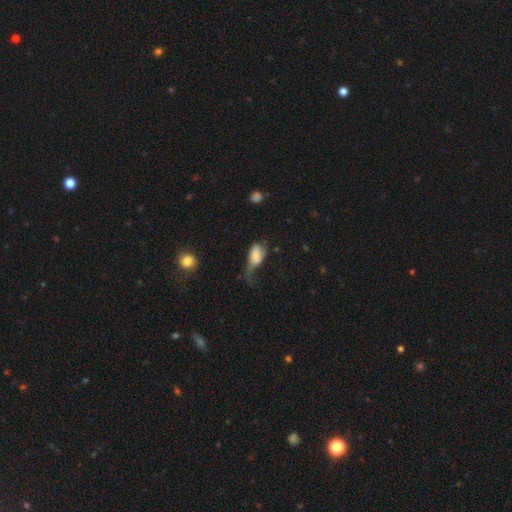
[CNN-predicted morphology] Smooth or featured? Predicted: smooth (p=0.68). How rounded? Predicted: in between (p=0.87). Merging? Predicted: major disturbance (p=0.52).